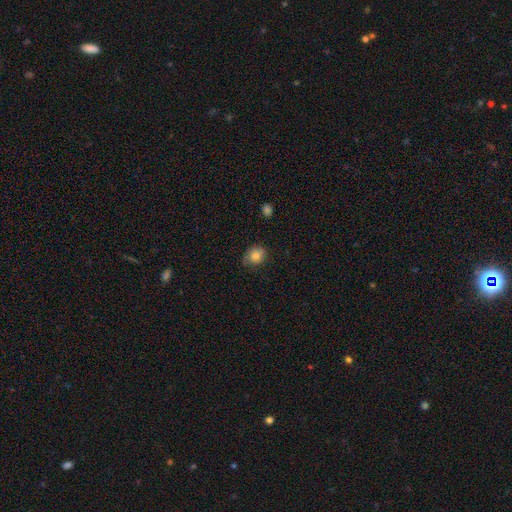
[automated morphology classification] Smooth or featured?
  - smooth: 81% *
  - star or artifact: 10%
  - featured or disk: 9%
How rounded?
  - round: 66% *
  - in between: 33%
  - cigar-shaped: 1%
Merging?
  - none: 68% *
  - minor disturbance: 25%
  - major disturbance: 6%
  - merger: 1%